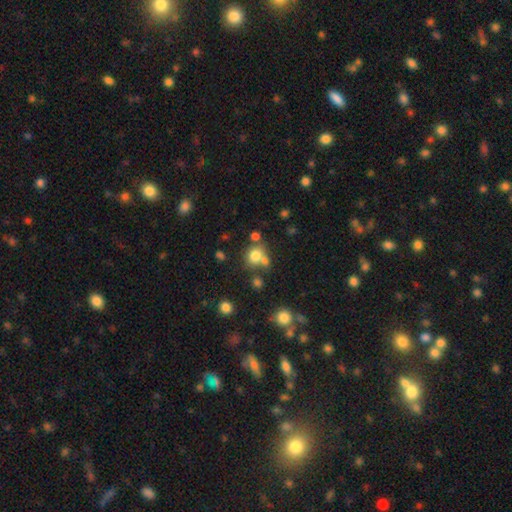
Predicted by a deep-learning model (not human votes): A smooth galaxy with no disk features (76%) that is round (72%).

Vote fractions:
- Smooth or featured? smooth: 76% / star or artifact: 14% / featured or disk: 10%
- How rounded? round: 72% / in between: 27% / cigar-shaped: 1%
- Merging? none: 56% / merger: 26% / minor disturbance: 12% / major disturbance: 6%